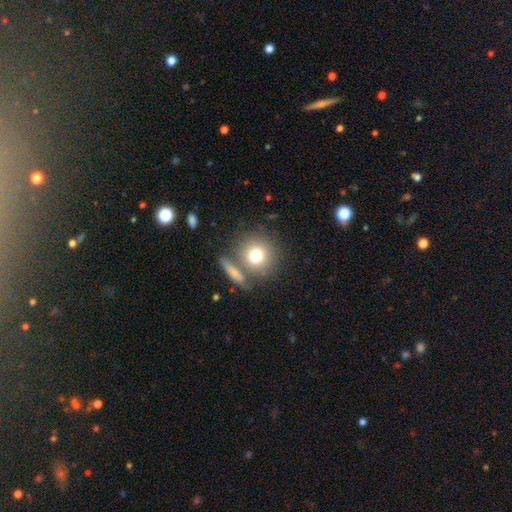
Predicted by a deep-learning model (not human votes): This appears to be a smooth galaxy with no disk features (74%) that is round (89%). Merging: none (65%).